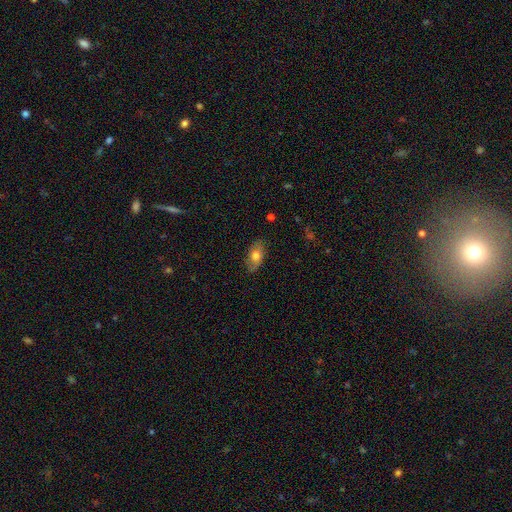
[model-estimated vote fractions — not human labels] smooth-or-featured: smooth: 71% | featured or disk: 22% | star or artifact: 7%
  how-rounded: in between: 89% | round: 6% | cigar-shaped: 6%
  merging: none: 83% | minor disturbance: 14% | major disturbance: 3% | merger: 1%